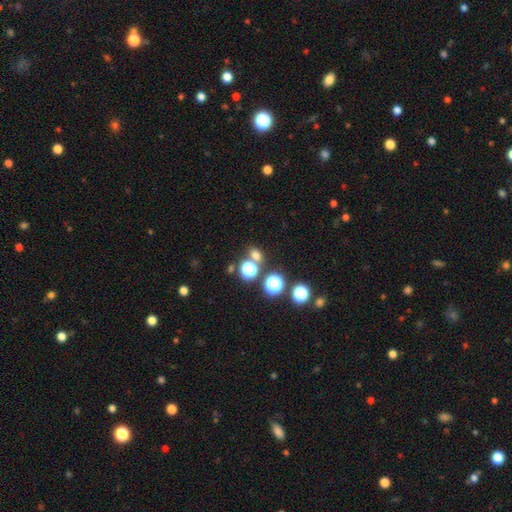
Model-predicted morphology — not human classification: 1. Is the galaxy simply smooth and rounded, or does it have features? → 65% smooth, 28% star or artifact, 7% featured or disk.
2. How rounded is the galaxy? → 56% round, 42% in between, 2% cigar-shaped.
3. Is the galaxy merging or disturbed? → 69% none, 17% merger, 10% minor disturbance, 4% major disturbance.